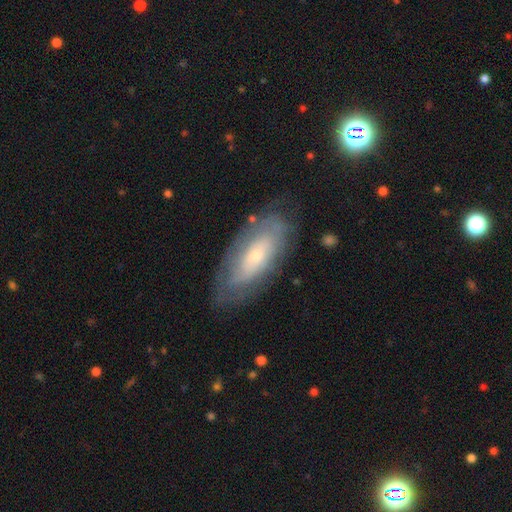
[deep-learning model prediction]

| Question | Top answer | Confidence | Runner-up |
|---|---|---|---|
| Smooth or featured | featured or disk | 57% | smooth (36%) |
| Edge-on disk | no | 86% | yes (14%) |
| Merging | none | 73% | minor disturbance (18%) |